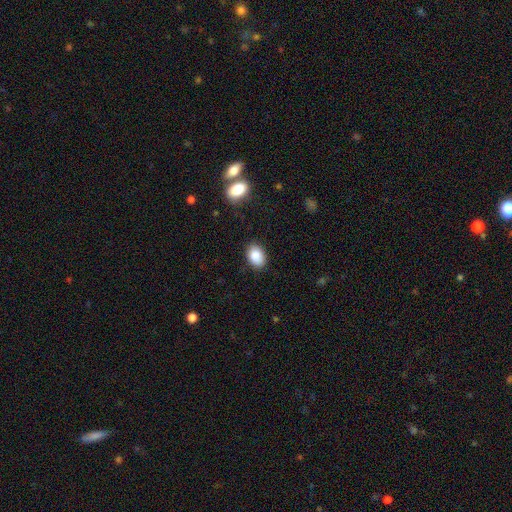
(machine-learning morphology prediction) smooth 88%, star or artifact 8%, featured or disk 5%. Down the decision tree: how rounded — in between (83%); merging — none (85%).